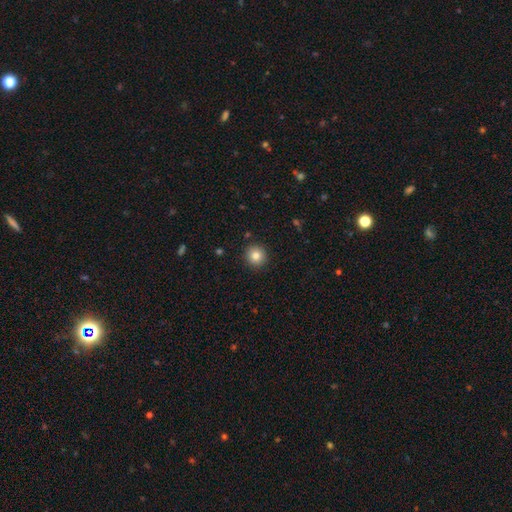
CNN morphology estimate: A smooth galaxy with no disk features (82%) that is round (92%). Merging: none (91%).